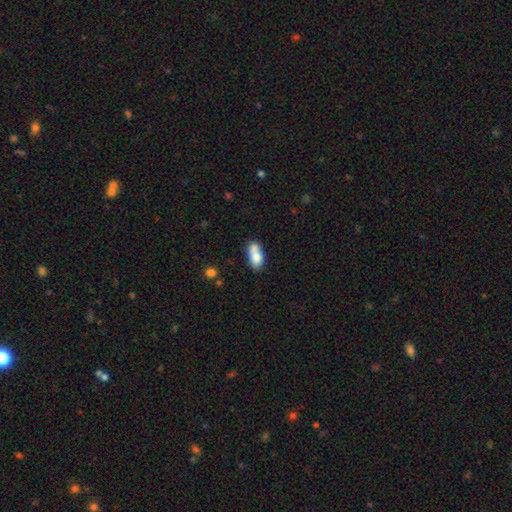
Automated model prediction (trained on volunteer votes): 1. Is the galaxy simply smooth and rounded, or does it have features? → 77% smooth, 16% featured or disk, 8% star or artifact.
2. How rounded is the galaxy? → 84% in between, 11% cigar-shaped, 5% round.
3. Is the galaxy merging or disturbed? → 43% none, 32% merger, 19% minor disturbance, 6% major disturbance.